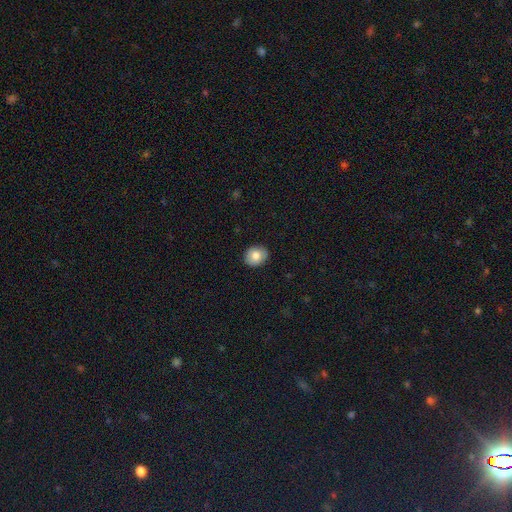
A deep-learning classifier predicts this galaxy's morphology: Smooth or featured?
  - smooth: 80% *
  - featured or disk: 12%
  - star or artifact: 9%
How rounded?
  - round: 69% *
  - in between: 30%
  - cigar-shaped: 1%
Merging?
  - none: 87% *
  - minor disturbance: 10%
  - major disturbance: 2%
  - merger: 1%